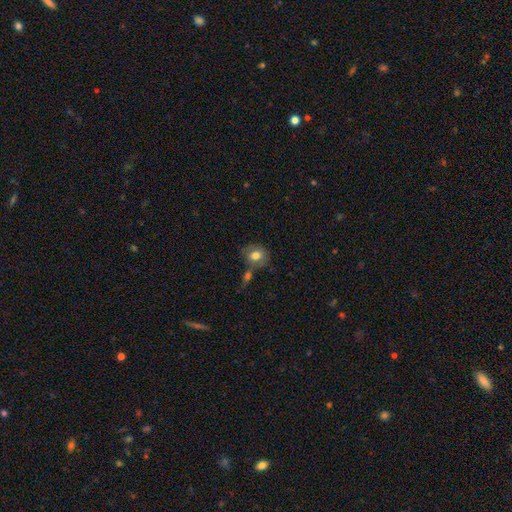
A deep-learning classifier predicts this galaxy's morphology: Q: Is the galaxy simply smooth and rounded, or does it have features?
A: smooth — 75%.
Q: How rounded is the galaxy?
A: round — 62%.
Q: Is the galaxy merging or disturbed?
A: none — 55%.